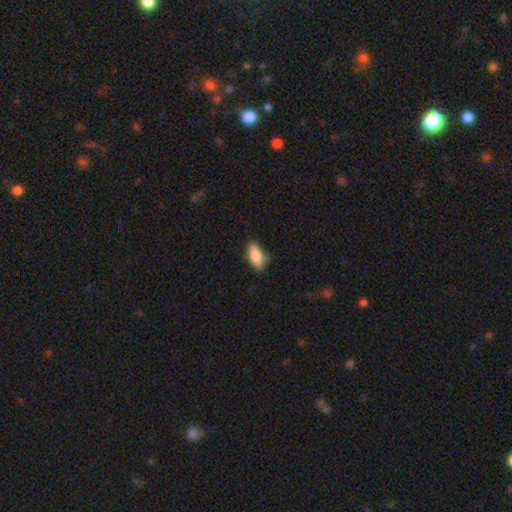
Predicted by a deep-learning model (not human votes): Smooth or featured? smooth (80%)
How rounded? in between (81%)
Merging? none (74%)